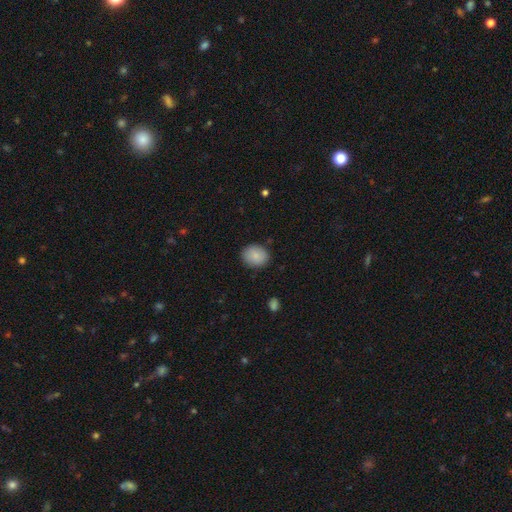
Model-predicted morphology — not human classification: Smooth or featured? smooth (86%)
How rounded? round (56%)
Merging? none (86%)